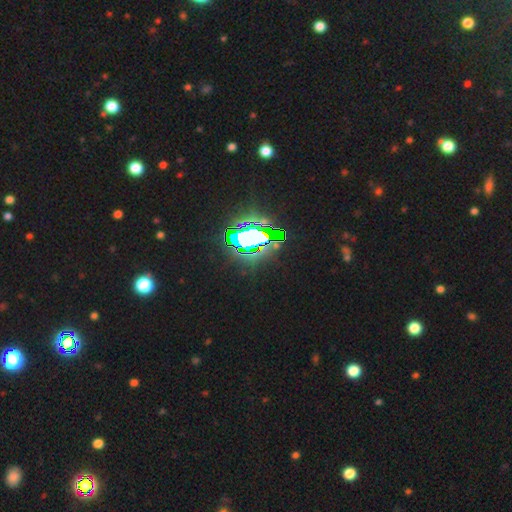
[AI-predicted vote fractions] The model was most divided on "smooth or featured": star or artifact: 84%, smooth: 10%, featured or disk: 7%.